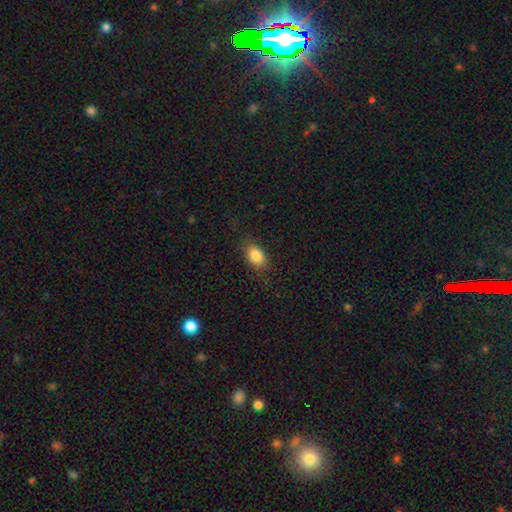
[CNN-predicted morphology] Smooth or featured? Predicted: smooth (p=0.85). How rounded? Predicted: in between (p=0.85). Merging? Predicted: none (p=0.82).